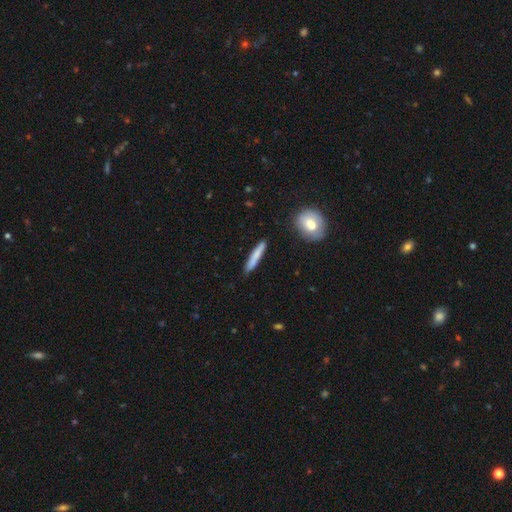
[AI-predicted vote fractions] smooth-or-featured: smooth: 76% | featured or disk: 18% | star or artifact: 5%
  how-rounded: cigar-shaped: 93% | in between: 5% | round: 2%
  merging: none: 87% | minor disturbance: 10% | merger: 2% | major disturbance: 2%